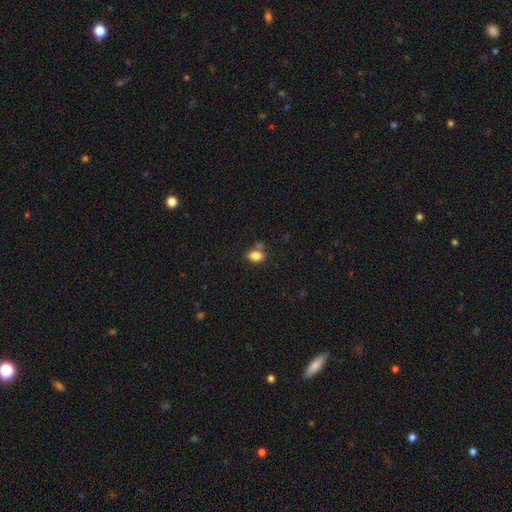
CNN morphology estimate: smooth-or-featured: smooth: 83% | star or artifact: 10% | featured or disk: 6%
  how-rounded: in between: 68% | round: 31% | cigar-shaped: 1%
  merging: none: 65% | minor disturbance: 18% | merger: 12% | major disturbance: 5%